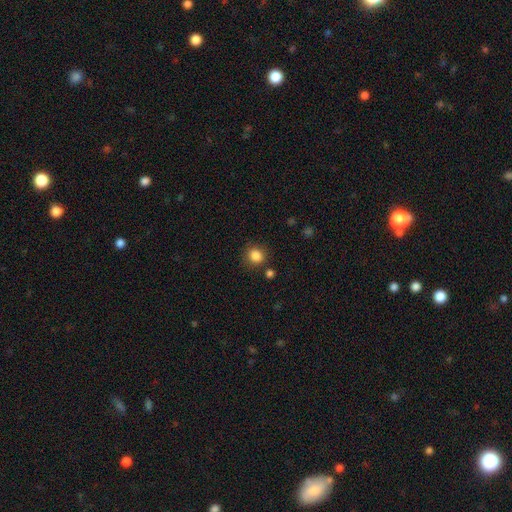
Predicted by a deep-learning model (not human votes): Smooth or featured? Predicted: smooth (p=0.85). How rounded? Predicted: round (p=0.85). Merging? Predicted: none (p=0.82).